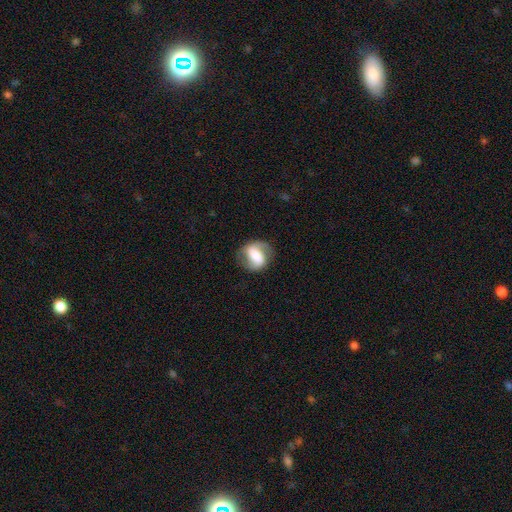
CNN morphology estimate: Q: Smooth or featured?
A: featured or disk (64%); runner-up: smooth (29%)
Q: Edge-on disk?
A: no (96%); runner-up: yes (4%)
Q: Bar?
A: strong (48%); runner-up: weak (33%)
Q: Spiral arms?
A: yes (85%); runner-up: no (15%)
Q: Spiral winding?
A: medium (44%); runner-up: loose (33%)
Q: Spiral arm count?
A: 2 (86%); runner-up: 1 (6%)
Q: Bulge size?
A: moderate (33%); runner-up: large (32%)
Q: Merging?
A: none (75%); runner-up: minor disturbance (16%)